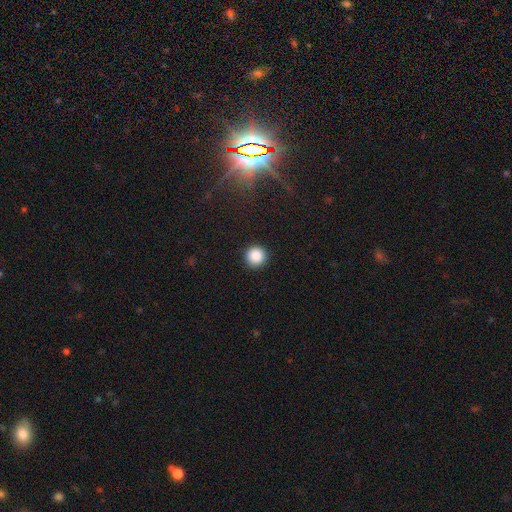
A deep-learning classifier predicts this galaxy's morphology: The model was most divided on "smooth or featured": smooth: 87%, star or artifact: 10%, featured or disk: 3%. More confident: how rounded — round (96%); merging — none (92%).